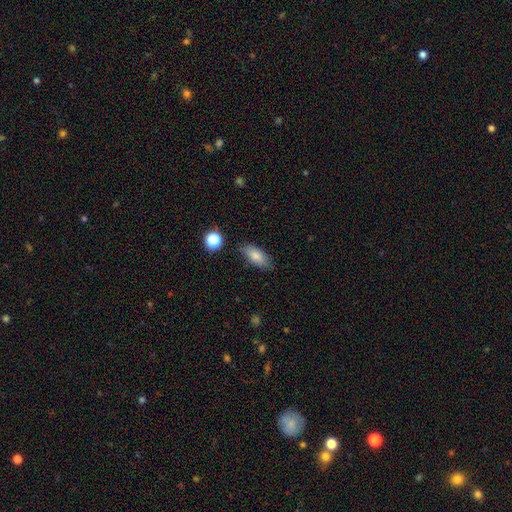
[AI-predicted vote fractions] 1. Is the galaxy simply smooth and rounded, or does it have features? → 81% smooth, 11% featured or disk, 8% star or artifact.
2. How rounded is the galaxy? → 79% in between, 17% cigar-shaped, 4% round.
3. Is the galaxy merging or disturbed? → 81% none, 13% minor disturbance, 3% major disturbance, 2% merger.